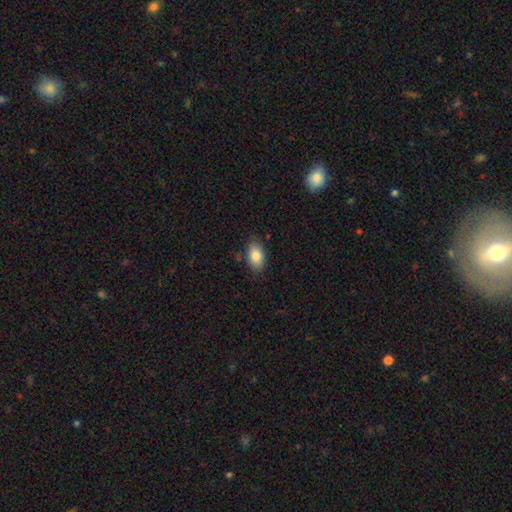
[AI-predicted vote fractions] Smooth or featured: smooth — 85% (featured or disk — 8%)
How rounded: in between — 91% (round — 8%)
Merging: none — 83% (minor disturbance — 12%)